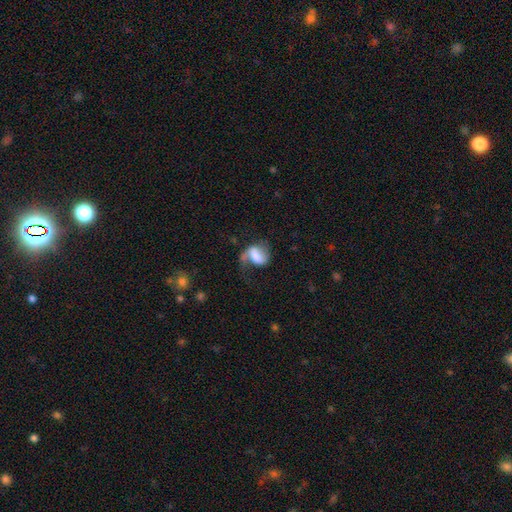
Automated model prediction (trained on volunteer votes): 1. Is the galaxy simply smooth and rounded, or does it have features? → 53% featured or disk, 39% smooth, 8% star or artifact.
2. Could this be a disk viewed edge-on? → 96% no, 4% yes.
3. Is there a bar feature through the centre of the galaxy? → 37% weak, 33% strong, 30% no.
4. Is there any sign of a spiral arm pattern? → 80% yes, 20% no.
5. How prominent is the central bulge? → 27% moderate, 26% large, 20% small, 18% none, 8% dominant.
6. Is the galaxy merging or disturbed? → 37% none, 36% major disturbance, 22% minor disturbance, 5% merger.